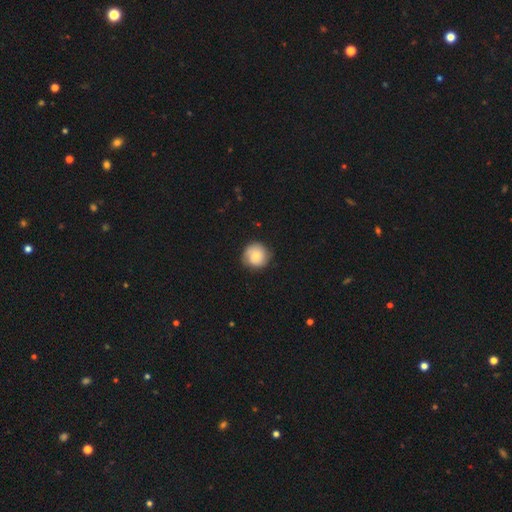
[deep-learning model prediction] This appears to be a smooth galaxy with no disk features (72%) that is round (94%). Merging: none (84%).